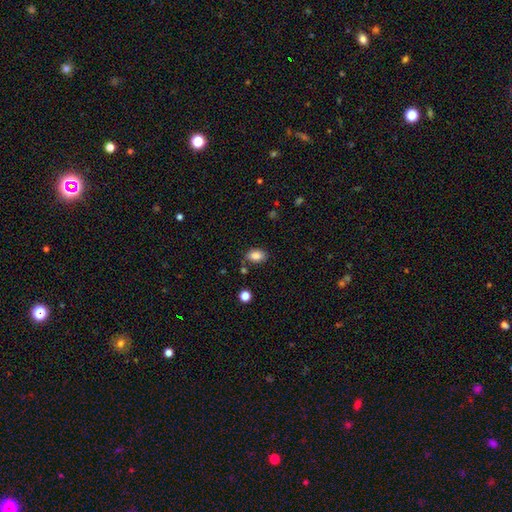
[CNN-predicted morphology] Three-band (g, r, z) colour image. It shows a smooth galaxy with no disk features (86%) that is in between round and cigar-shaped (82%). Merging: none (74%).